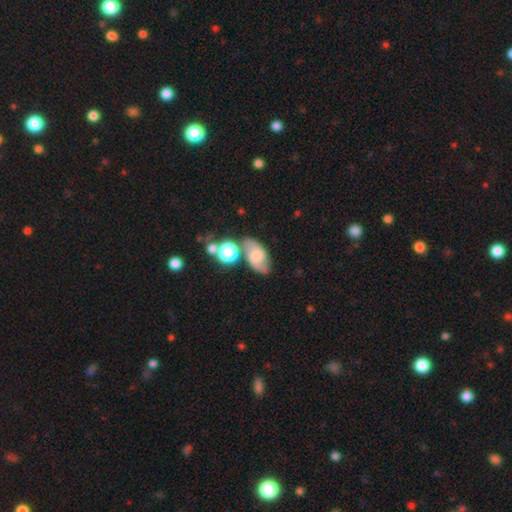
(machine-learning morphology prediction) Smooth or featured: smooth — 45% (featured or disk — 44%)
Merging: none — 63% (minor disturbance — 17%)